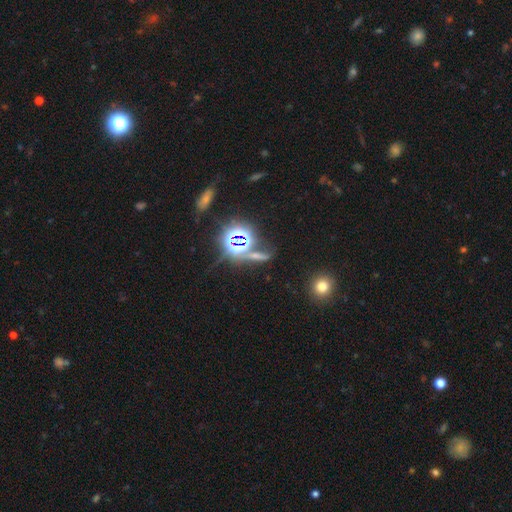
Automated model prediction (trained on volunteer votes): The model was most divided on "smooth or featured": star or artifact: 58%, smooth: 28%, featured or disk: 14%.